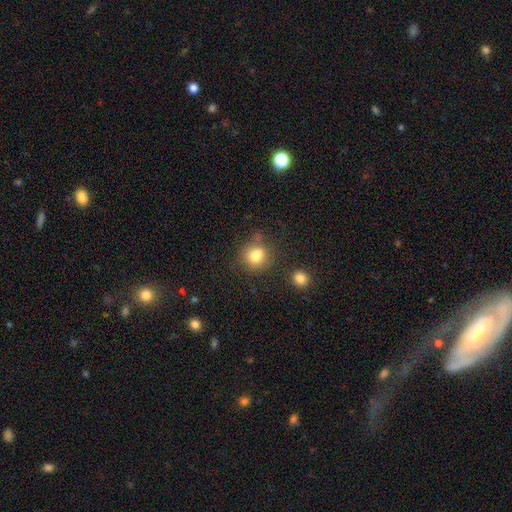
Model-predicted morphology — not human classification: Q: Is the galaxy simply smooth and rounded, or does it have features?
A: smooth — 80%.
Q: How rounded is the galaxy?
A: round — 80%.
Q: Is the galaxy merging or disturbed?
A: none — 63%.